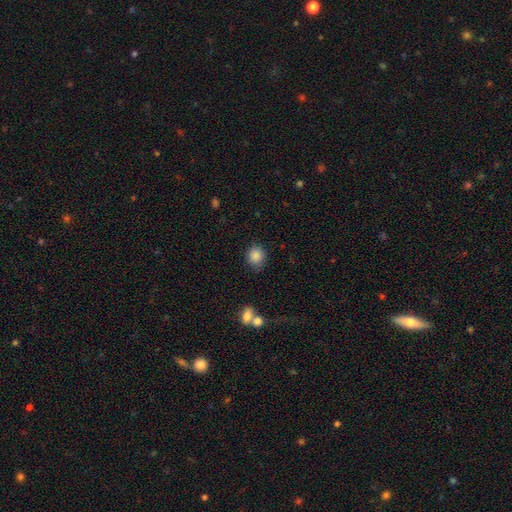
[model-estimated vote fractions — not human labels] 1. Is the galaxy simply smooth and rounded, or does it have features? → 87% smooth, 9% star or artifact, 4% featured or disk.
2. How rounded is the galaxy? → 81% round, 18% in between, 1% cigar-shaped.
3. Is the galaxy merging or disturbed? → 81% none, 12% minor disturbance, 4% merger, 3% major disturbance.